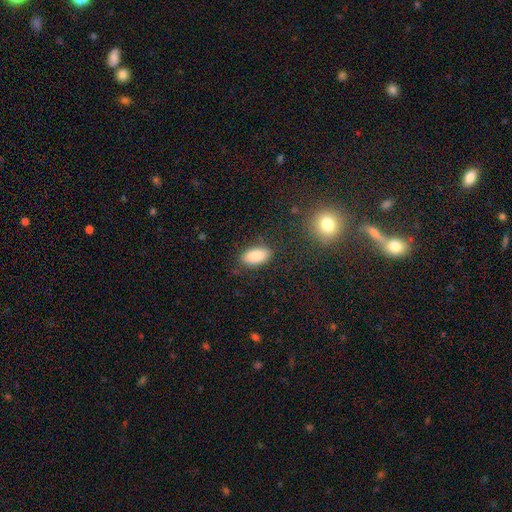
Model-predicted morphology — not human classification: Smooth or featured?
  - smooth: 86% *
  - star or artifact: 8%
  - featured or disk: 6%
How rounded?
  - in between: 92% *
  - cigar-shaped: 4%
  - round: 4%
Merging?
  - none: 81% *
  - minor disturbance: 13%
  - major disturbance: 4%
  - merger: 2%